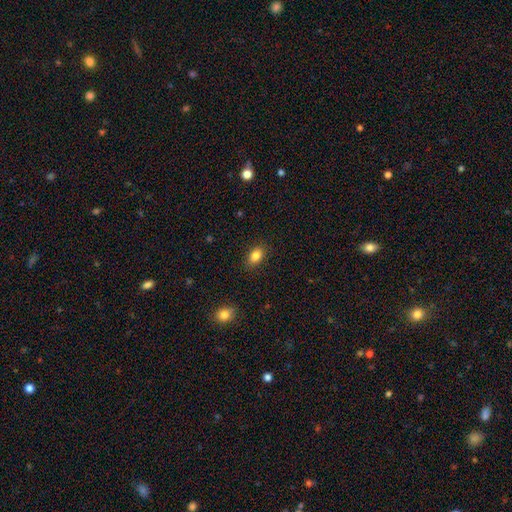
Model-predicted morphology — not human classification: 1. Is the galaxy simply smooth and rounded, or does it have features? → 84% smooth, 9% star or artifact, 7% featured or disk.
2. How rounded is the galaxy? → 82% in between, 16% round, 2% cigar-shaped.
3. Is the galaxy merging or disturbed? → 87% none, 10% minor disturbance, 3% major disturbance, 1% merger.